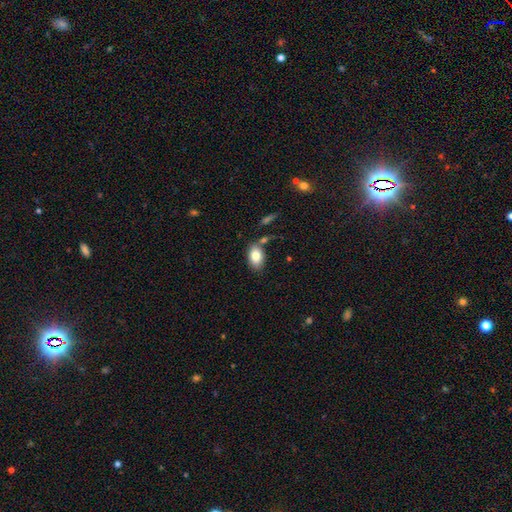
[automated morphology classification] Smooth or featured?
  - smooth: 82% *
  - featured or disk: 10%
  - star or artifact: 8%
How rounded?
  - in between: 90% *
  - round: 9%
  - cigar-shaped: 2%
Merging?
  - none: 70% *
  - minor disturbance: 15%
  - merger: 10%
  - major disturbance: 4%